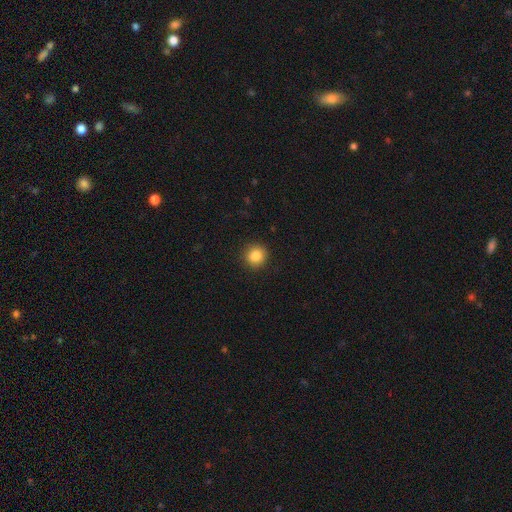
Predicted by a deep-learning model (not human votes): smooth_or_featured: smooth (p=0.86) [alt: star or artifact p=0.10]
how_rounded: round (p=0.91) [alt: in between p=0.08]
merging: none (p=0.90) [alt: minor disturbance p=0.07]